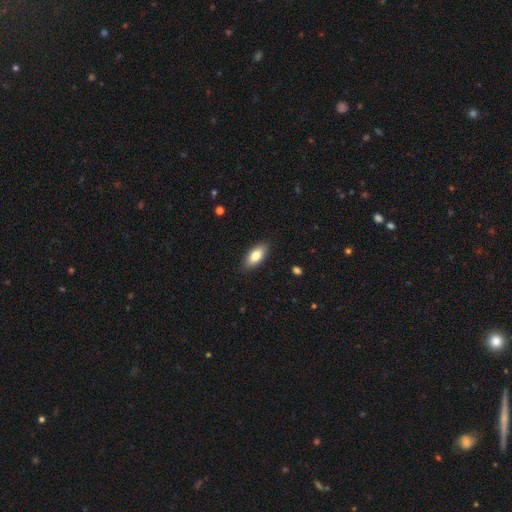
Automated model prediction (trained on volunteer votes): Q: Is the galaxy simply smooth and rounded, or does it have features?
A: smooth — 81%.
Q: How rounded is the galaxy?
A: in between — 87%.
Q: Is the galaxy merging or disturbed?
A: none — 88%.